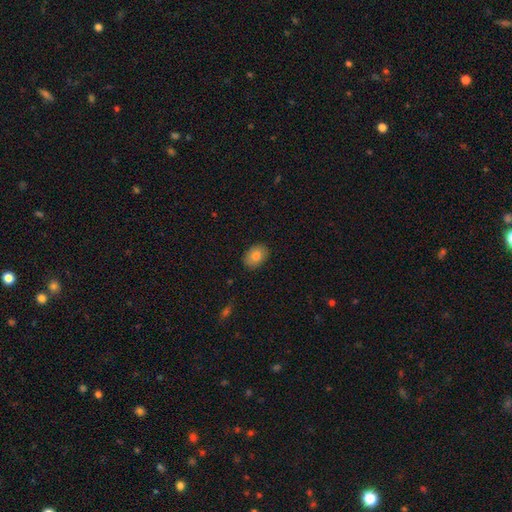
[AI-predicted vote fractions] Smooth or featured?
  - smooth: 82% *
  - featured or disk: 10%
  - star or artifact: 8%
How rounded?
  - in between: 78% *
  - round: 21%
  - cigar-shaped: 1%
Merging?
  - none: 88% *
  - minor disturbance: 9%
  - major disturbance: 2%
  - merger: 1%